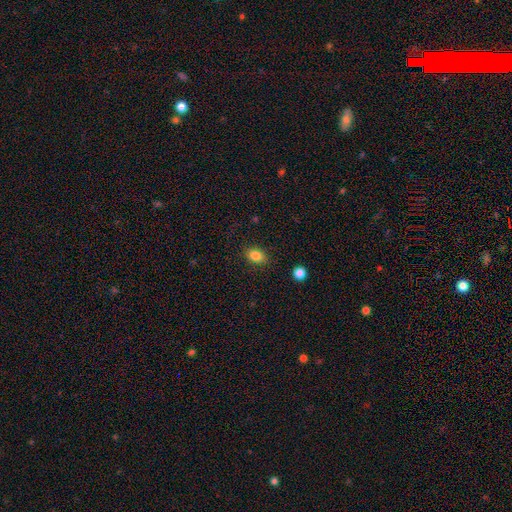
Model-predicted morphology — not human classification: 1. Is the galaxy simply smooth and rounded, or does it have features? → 85% smooth, 10% star or artifact, 5% featured or disk.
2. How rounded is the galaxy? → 69% in between, 30% round, 1% cigar-shaped.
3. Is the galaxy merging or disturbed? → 85% none, 10% minor disturbance, 3% major disturbance, 1% merger.